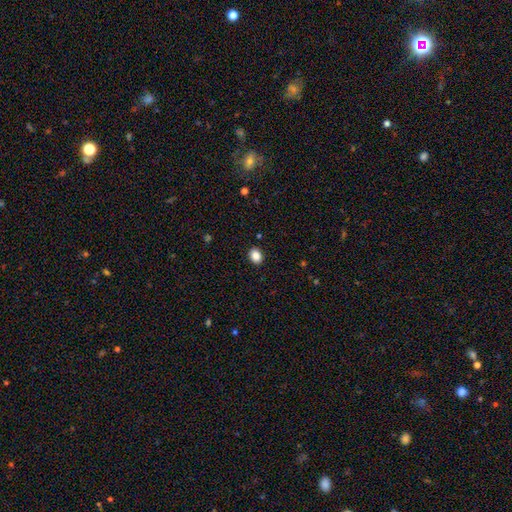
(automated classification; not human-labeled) Q: Smooth or featured?
A: smooth (87%); runner-up: star or artifact (9%)
Q: How rounded?
A: in between (59%); runner-up: round (40%)
Q: Merging?
A: none (91%); runner-up: minor disturbance (7%)